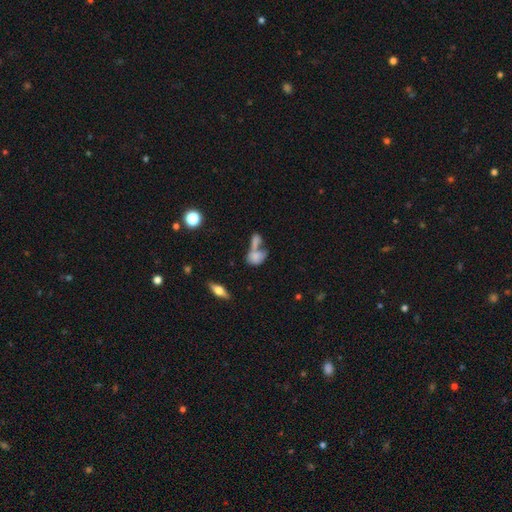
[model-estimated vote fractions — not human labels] Smooth or featured?
  - smooth: 68% *
  - featured or disk: 21%
  - star or artifact: 11%
How rounded?
  - in between: 76% *
  - round: 20%
  - cigar-shaped: 5%
Merging?
  - merger: 57% *
  - none: 25%
  - minor disturbance: 10%
  - major disturbance: 8%